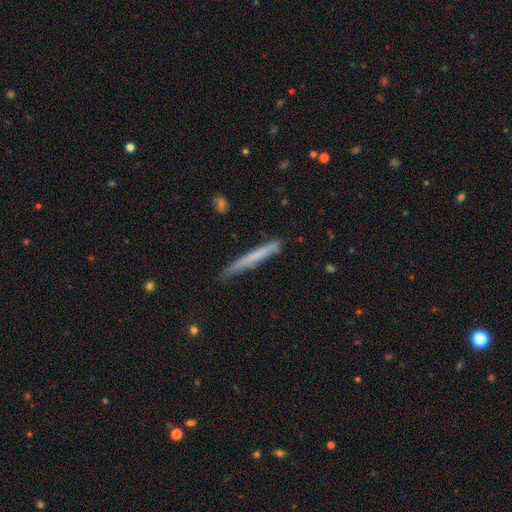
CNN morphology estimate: This is likely a smooth galaxy (62%). How rounded: clearly cigar-shaped (97%). Merging: likely none (79%).